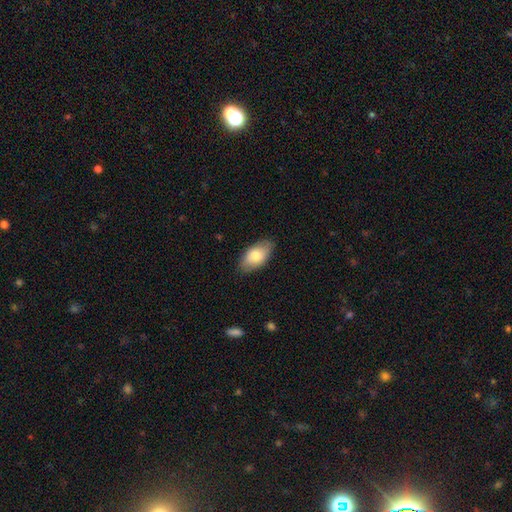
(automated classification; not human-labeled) This appears to be a smooth galaxy with no disk features (78%) that is in between round and cigar-shaped (94%). Merging: none (83%).